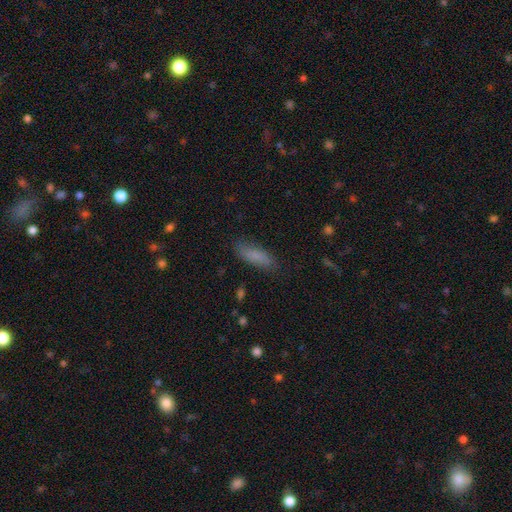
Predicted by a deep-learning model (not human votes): A smooth galaxy with no disk features (80%) that is in between round and cigar-shaped (56%). Merging: none (80%).